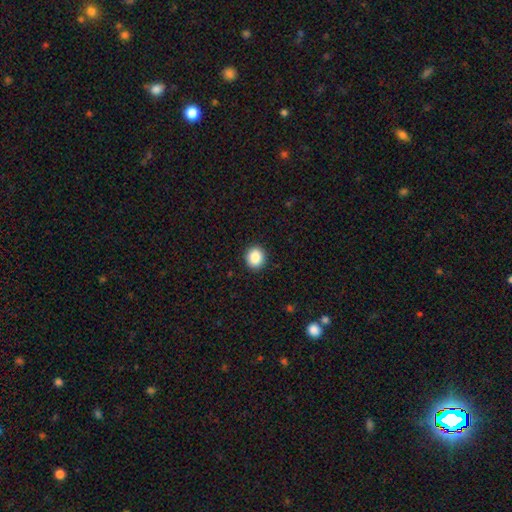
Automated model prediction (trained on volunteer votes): A smooth galaxy with no disk features (88%) that is round (75%).

Vote fractions:
- Smooth or featured? smooth: 88% / star or artifact: 9% / featured or disk: 3%
- How rounded? round: 75% / in between: 24% / cigar-shaped: 1%
- Merging? none: 91% / minor disturbance: 6% / major disturbance: 2% / merger: 1%